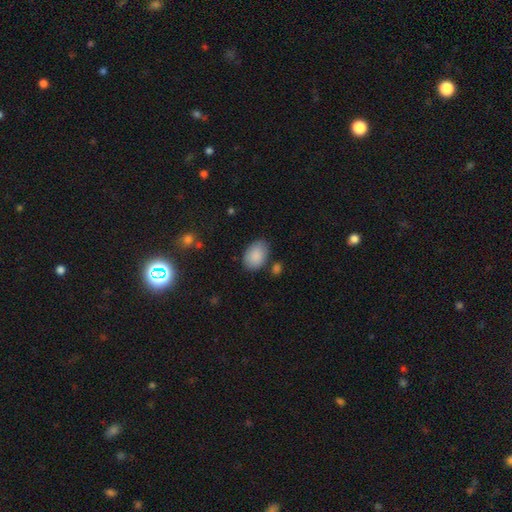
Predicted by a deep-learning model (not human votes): Q: Smooth or featured?
A: smooth (88%); runner-up: star or artifact (6%)
Q: How rounded?
A: in between (89%); runner-up: round (10%)
Q: Merging?
A: none (78%); runner-up: minor disturbance (14%)